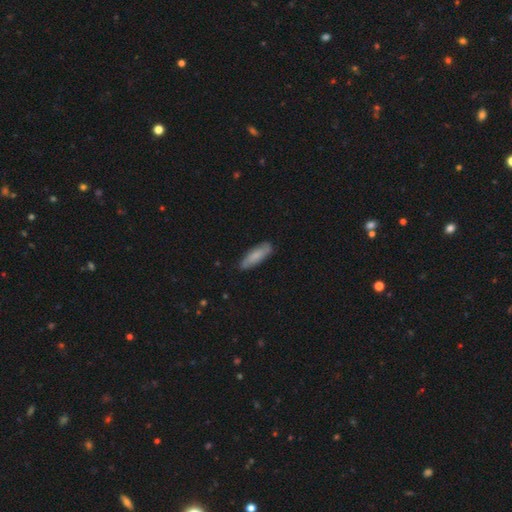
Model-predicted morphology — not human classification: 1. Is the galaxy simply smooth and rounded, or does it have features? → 73% smooth, 22% featured or disk, 6% star or artifact.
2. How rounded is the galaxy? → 49% cigar-shaped (tied), 49% in between (tied), 2% round.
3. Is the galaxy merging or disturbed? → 83% none, 13% minor disturbance, 2% major disturbance, 1% merger.